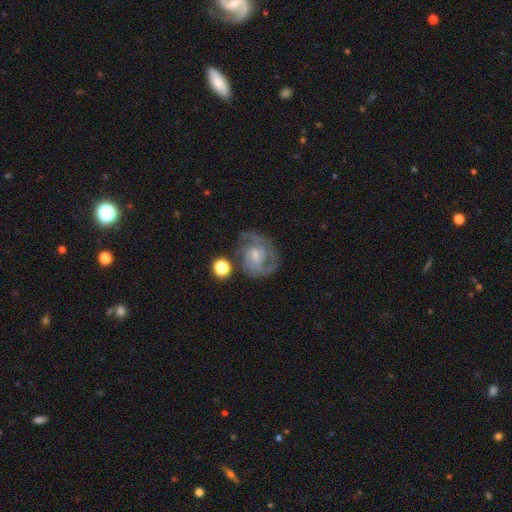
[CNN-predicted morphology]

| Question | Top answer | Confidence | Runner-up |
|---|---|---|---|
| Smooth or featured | featured or disk | 83% | smooth (10%) |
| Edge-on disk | no | 98% | yes (2%) |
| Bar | weak | 48% | no (43%) |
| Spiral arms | yes | 95% | no (5%) |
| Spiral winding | tight | 49% | medium (42%) |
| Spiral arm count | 2 | 61% | can't tell (15%) |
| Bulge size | small | 51% | moderate (31%) |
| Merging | none | 66% | minor disturbance (18%) |